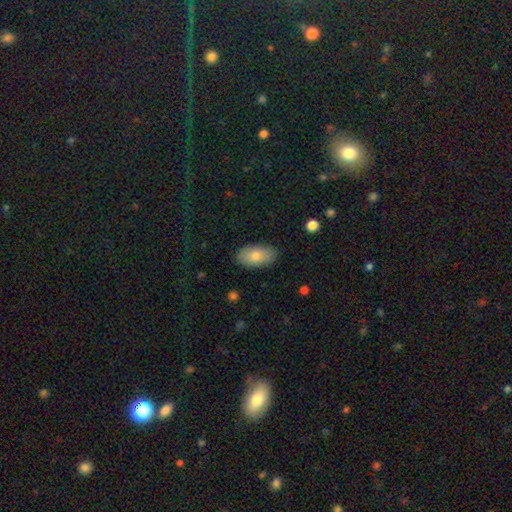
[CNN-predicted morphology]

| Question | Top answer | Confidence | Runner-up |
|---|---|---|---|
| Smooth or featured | smooth | 77% | featured or disk (16%) |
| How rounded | in between | 94% | round (4%) |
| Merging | none | 87% | minor disturbance (10%) |